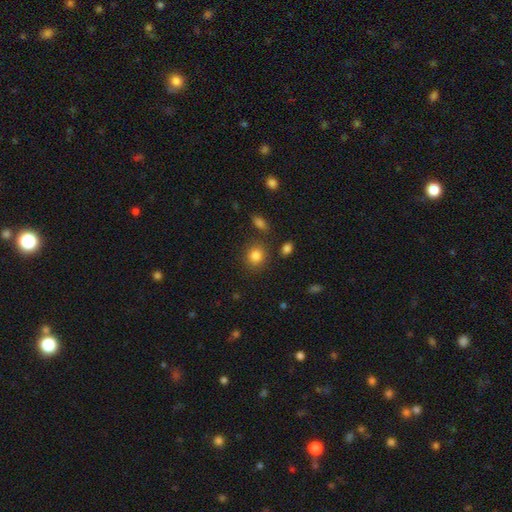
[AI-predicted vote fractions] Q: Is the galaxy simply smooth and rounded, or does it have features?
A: smooth — 85%.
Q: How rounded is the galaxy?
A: round — 75%.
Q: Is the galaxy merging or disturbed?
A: none — 81%.